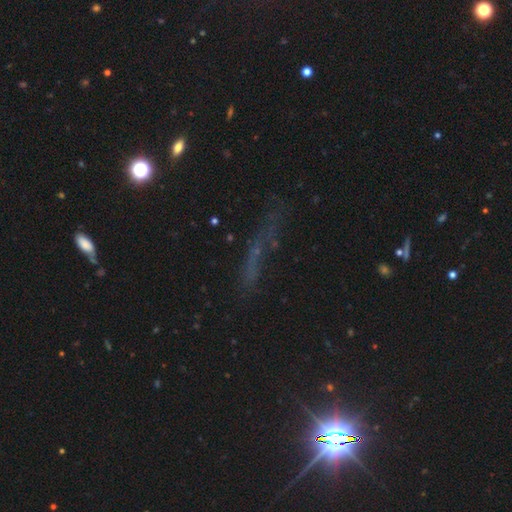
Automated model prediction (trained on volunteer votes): Smooth or featured?
  - star or artifact: 53% *
  - smooth: 24%
  - featured or disk: 23%